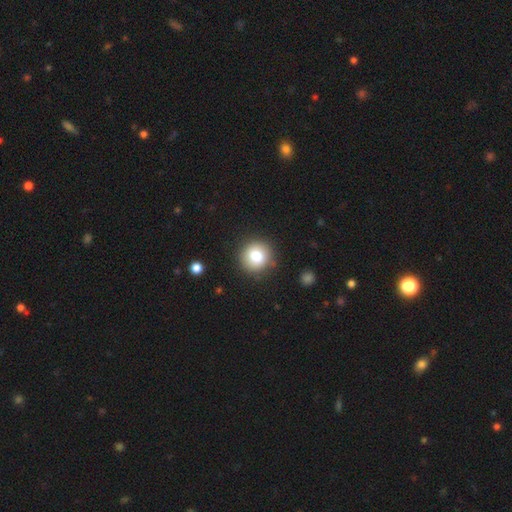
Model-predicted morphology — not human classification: smooth-or-featured: smooth: 81% | featured or disk: 10% | star or artifact: 10%
  how-rounded: round: 92% | in between: 7% | cigar-shaped: 1%
  merging: none: 87% | minor disturbance: 9% | major disturbance: 3% | merger: 2%